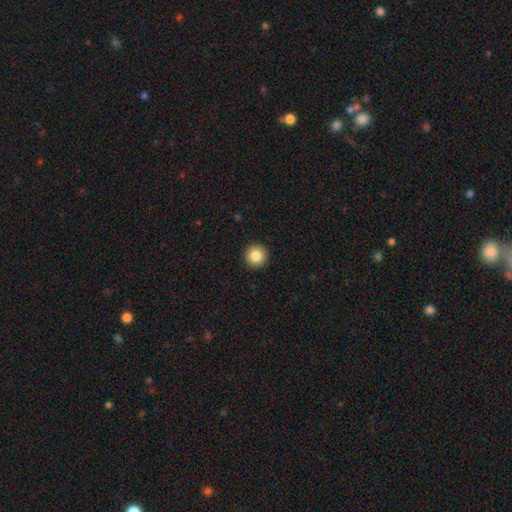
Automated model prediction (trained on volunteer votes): smooth_or_featured: smooth (p=0.85) [alt: star or artifact p=0.09]
how_rounded: round (p=0.96) [alt: in between p=0.03]
merging: none (p=0.93) [alt: minor disturbance p=0.04]